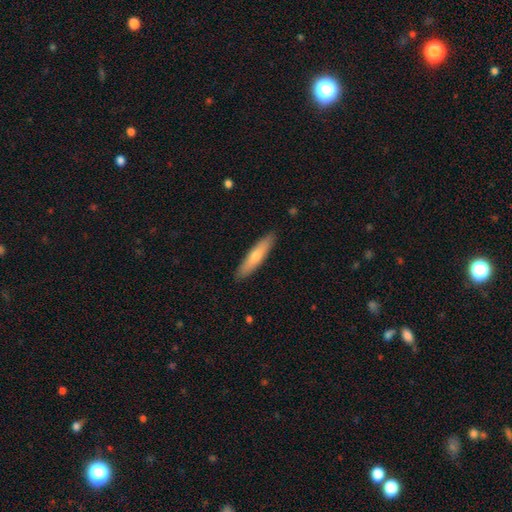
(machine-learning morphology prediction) type=smooth (67%); roundness=cigar-shaped (82%); merging=none (90%).